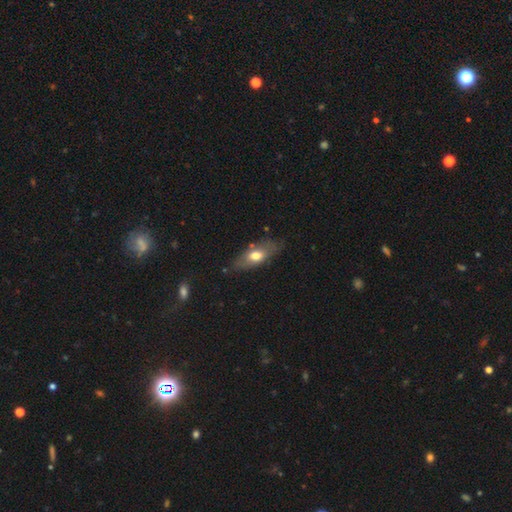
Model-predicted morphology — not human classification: A smooth galaxy with no disk features (60%) that is in between round and cigar-shaped (74%). Merging: none (75%).